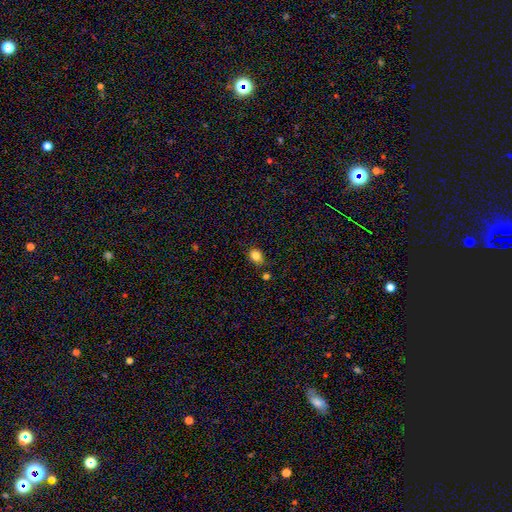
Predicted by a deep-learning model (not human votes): Smooth or featured? smooth (83%)
How rounded? in between (50%)
Merging? none (79%)